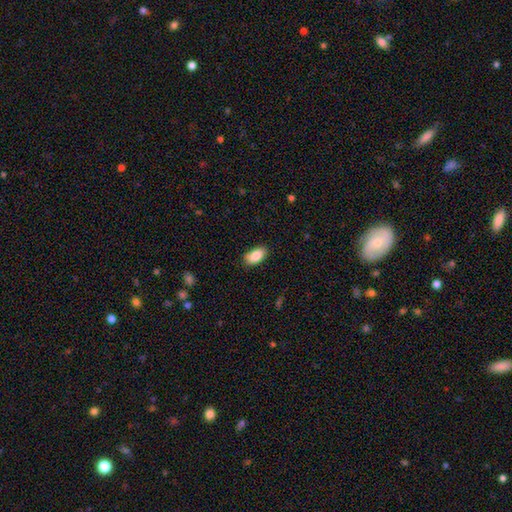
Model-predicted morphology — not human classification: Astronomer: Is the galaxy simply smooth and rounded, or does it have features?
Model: smooth — 88%.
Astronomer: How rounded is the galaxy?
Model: in between — 93%.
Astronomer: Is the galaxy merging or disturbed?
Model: none — 84%.